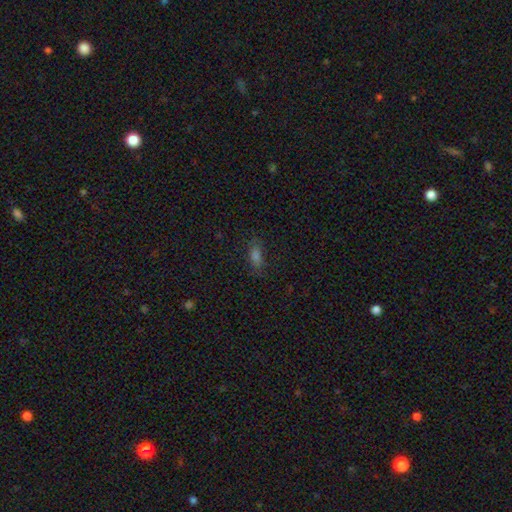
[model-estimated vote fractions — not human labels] Overall: smooth (69%). How rounded: in between (72%). Merging: none (78%).